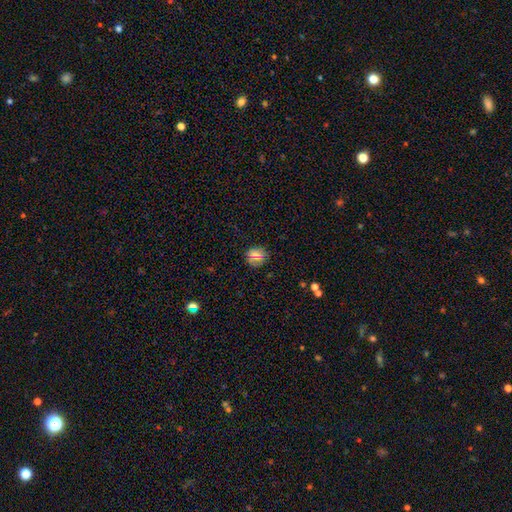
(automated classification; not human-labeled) Smooth or featured: smooth — 74% (featured or disk — 15%)
How rounded: round — 81% (in between — 18%)
Merging: none — 79% (minor disturbance — 16%)